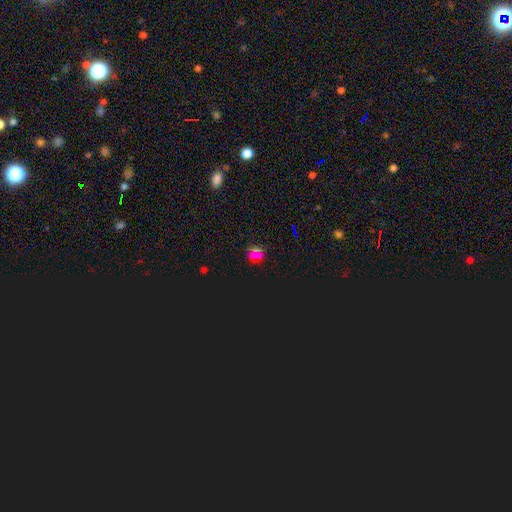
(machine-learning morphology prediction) Q: Smooth or featured?
A: star or artifact (56%); runner-up: smooth (36%)